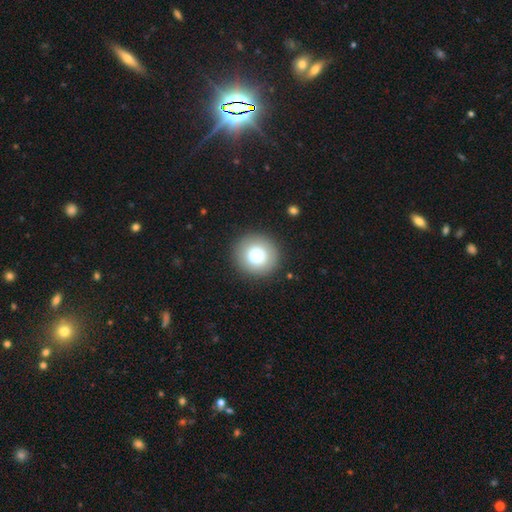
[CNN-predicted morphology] smooth 75%, featured or disk 15%, star or artifact 10%. Down the decision tree: how rounded — round (95%); merging — none (91%).